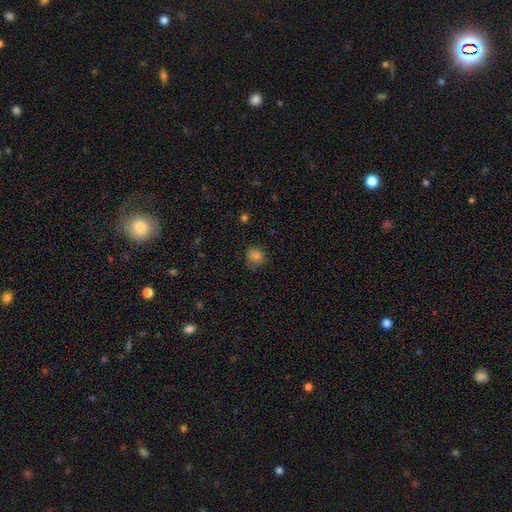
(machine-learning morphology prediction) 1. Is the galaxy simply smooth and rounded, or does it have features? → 80% smooth, 12% star or artifact, 8% featured or disk.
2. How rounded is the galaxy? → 71% round, 28% in between, 1% cigar-shaped.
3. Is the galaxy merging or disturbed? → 73% none, 21% minor disturbance, 5% major disturbance, 1% merger.